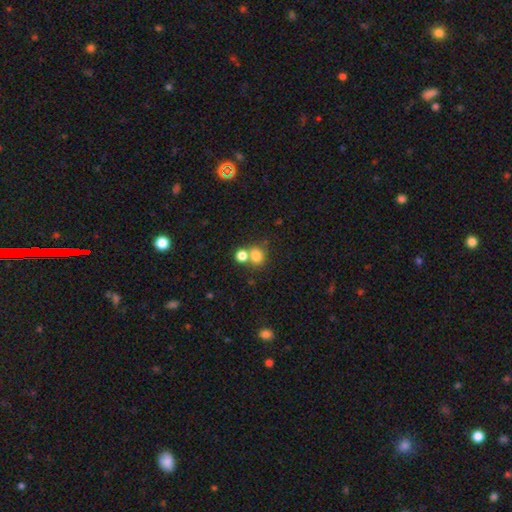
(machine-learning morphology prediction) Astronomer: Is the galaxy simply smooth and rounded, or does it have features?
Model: smooth — 79%.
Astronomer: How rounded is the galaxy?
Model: round — 74%.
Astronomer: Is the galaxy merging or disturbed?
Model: none — 51% (runner-up: merger, 37%).